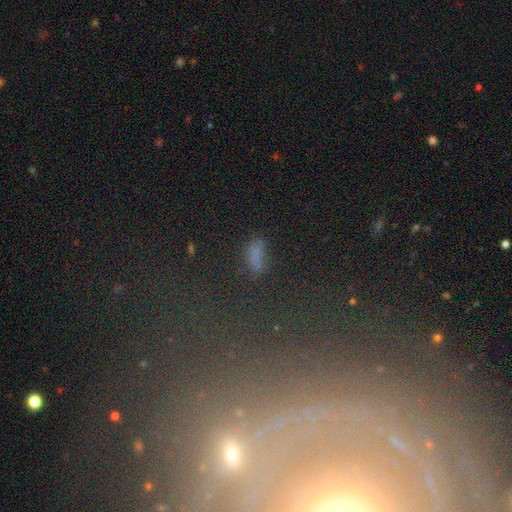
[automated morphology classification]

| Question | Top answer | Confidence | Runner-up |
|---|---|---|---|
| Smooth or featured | smooth | 59% | star or artifact (28%) |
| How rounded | in between | 71% | cigar-shaped (21%) |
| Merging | none | 53% | minor disturbance (24%) |